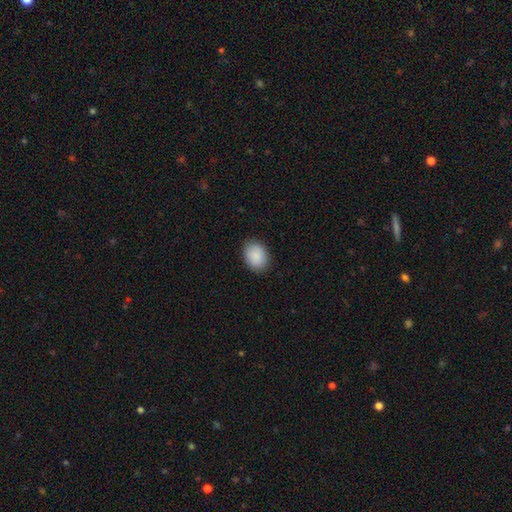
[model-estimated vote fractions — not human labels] smooth_or_featured: smooth (p=0.90) [alt: star or artifact p=0.06]
how_rounded: in between (p=0.64) [alt: round p=0.36]
merging: none (p=0.88) [alt: minor disturbance p=0.09]